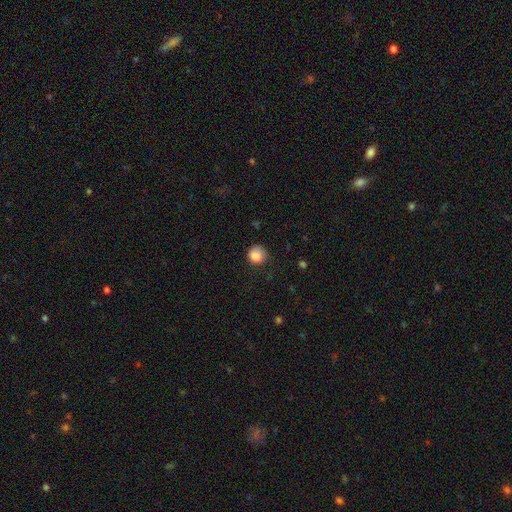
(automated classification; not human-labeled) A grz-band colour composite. It shows a smooth galaxy with no disk features (86%) that is round (87%). Merging: none (67%).